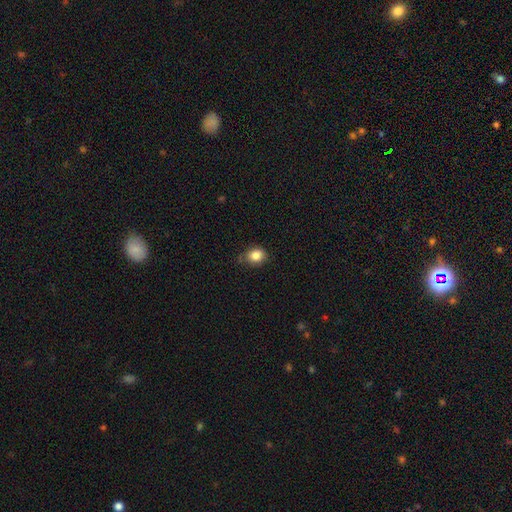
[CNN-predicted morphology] Smooth or featured? Predicted: smooth (p=0.85). How rounded? Predicted: round (p=0.61). Merging? Predicted: none (p=0.71).